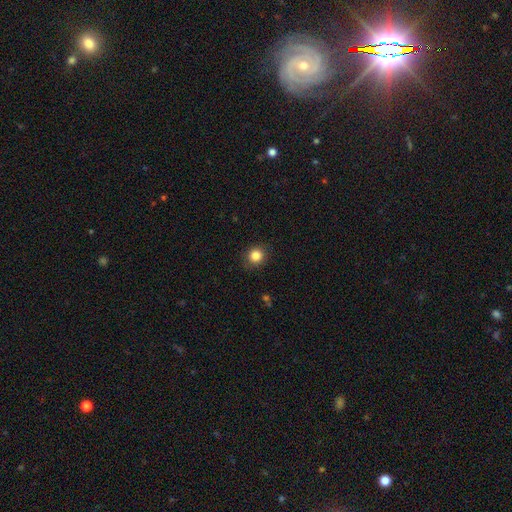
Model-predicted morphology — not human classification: smooth_or_featured: smooth (p=0.85) [alt: star or artifact p=0.11]
how_rounded: round (p=0.86) [alt: in between p=0.13]
merging: none (p=0.89) [alt: minor disturbance p=0.08]